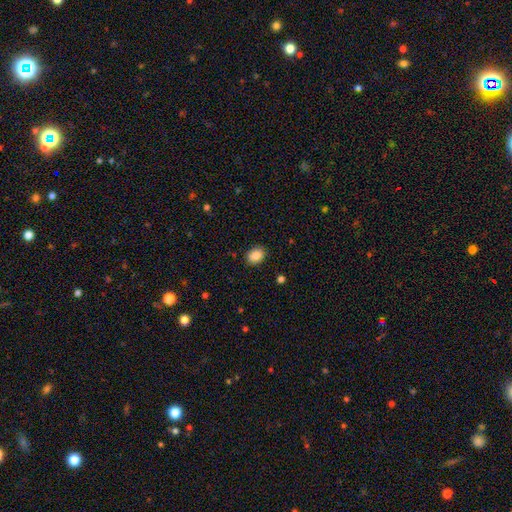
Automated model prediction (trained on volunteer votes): The model was most divided on "how rounded": in between: 66%, round: 33%, cigar-shaped: 1%. More confident: merging — none (88%); smooth or featured — smooth (87%).